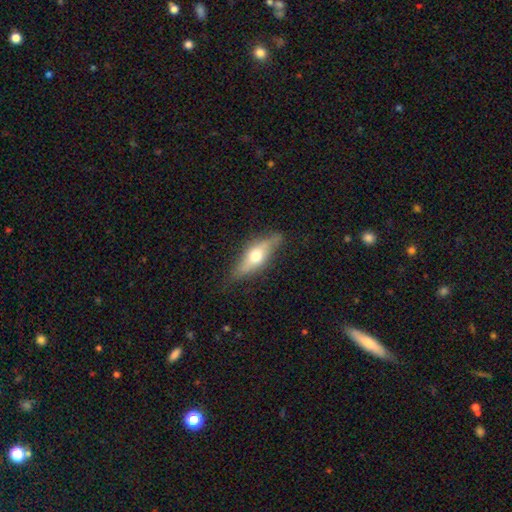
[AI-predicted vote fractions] Smooth or featured? Predicted: smooth (p=0.48). Merging? Predicted: none (p=0.76).